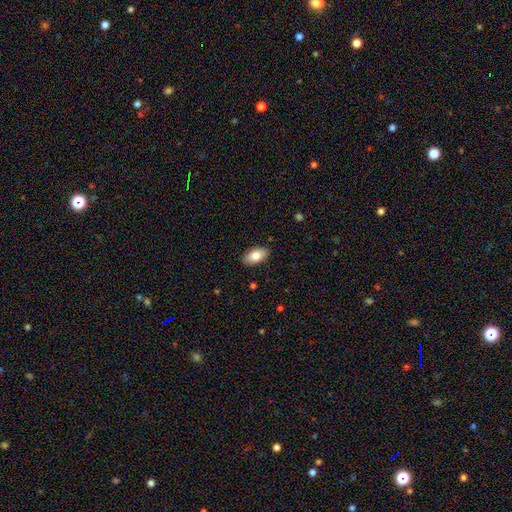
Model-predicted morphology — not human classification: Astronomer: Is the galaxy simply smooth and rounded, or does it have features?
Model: smooth — 81%.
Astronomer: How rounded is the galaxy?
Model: in between — 93%.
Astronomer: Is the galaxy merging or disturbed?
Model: none — 88%.